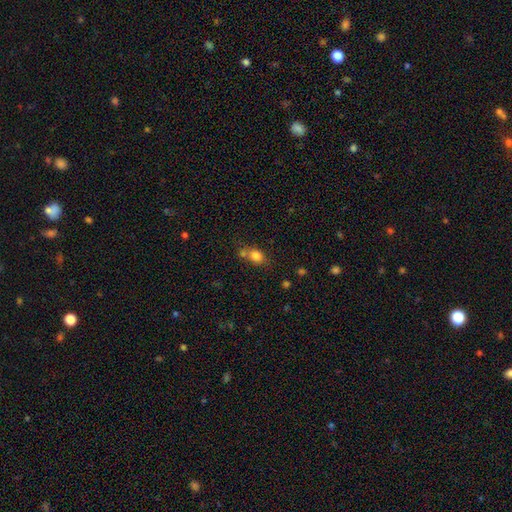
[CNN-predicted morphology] Smooth or featured? smooth (81%)
How rounded? in between (58%)
Merging? none (48%)